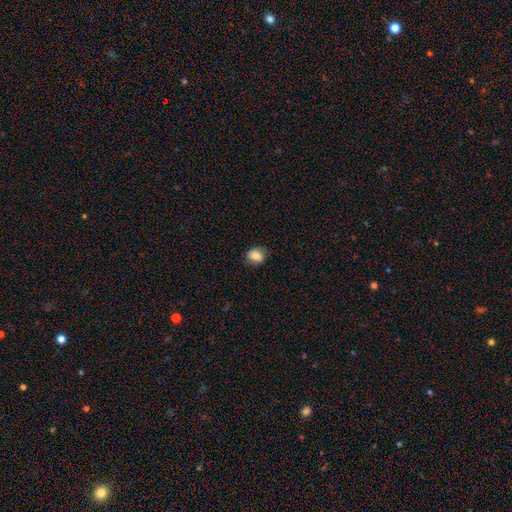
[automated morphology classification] Smooth or featured?
  - smooth: 81% *
  - featured or disk: 11%
  - star or artifact: 9%
How rounded?
  - in between: 61% *
  - round: 38%
  - cigar-shaped: 1%
Merging?
  - none: 80% *
  - minor disturbance: 15%
  - major disturbance: 4%
  - merger: 1%